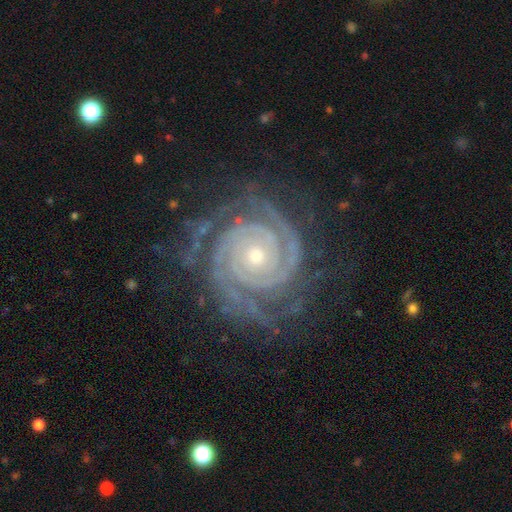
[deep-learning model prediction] This appears to be a featured or disk galaxy (93%) with no bar (76%), 2 (47%) tight (87%) spiral arms (99%) and a small central bulge (52%). Merging: none (75%).